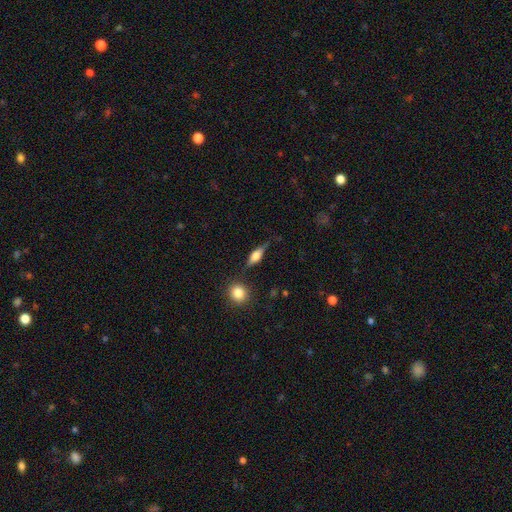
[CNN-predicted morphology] This is possibly a featured or disk galaxy (52%). It is clearly viewed edge-on (93%). Merging: likely none (75%).